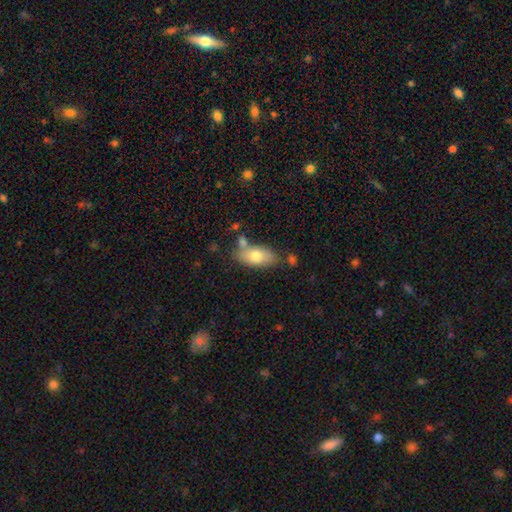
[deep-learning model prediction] Smooth or featured?
  - smooth: 74% *
  - featured or disk: 19%
  - star or artifact: 7%
How rounded?
  - in between: 90% *
  - cigar-shaped: 6%
  - round: 4%
Merging?
  - none: 64% *
  - minor disturbance: 18%
  - merger: 14%
  - major disturbance: 5%